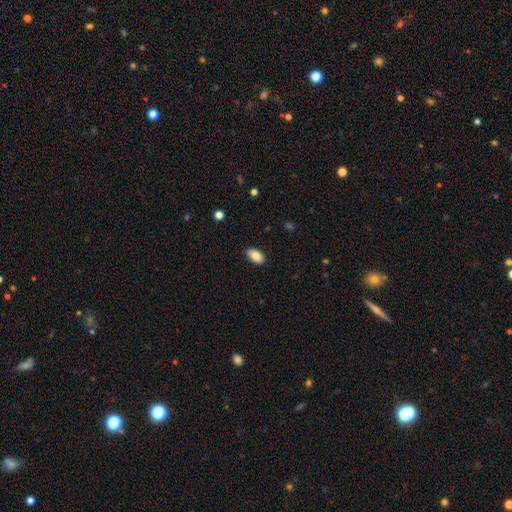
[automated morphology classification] A smooth galaxy with no disk features (86%) that is in between round and cigar-shaped (93%). Merging: none (83%).